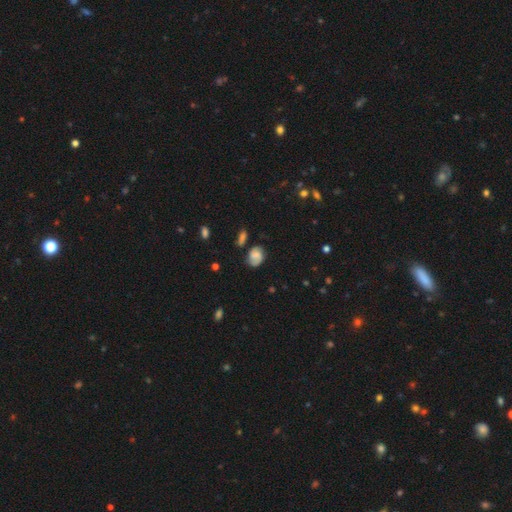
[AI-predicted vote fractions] Smooth or featured: smooth — 53% (featured or disk — 37%)
How rounded: in between — 61% (round — 38%)
Merging: none — 64% (minor disturbance — 24%)